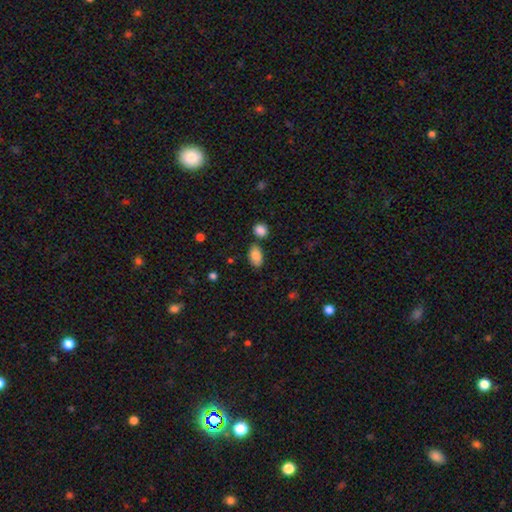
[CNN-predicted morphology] Smooth or featured: smooth — 85% (star or artifact — 8%)
How rounded: in between — 92% (round — 6%)
Merging: none — 77% (minor disturbance — 12%)